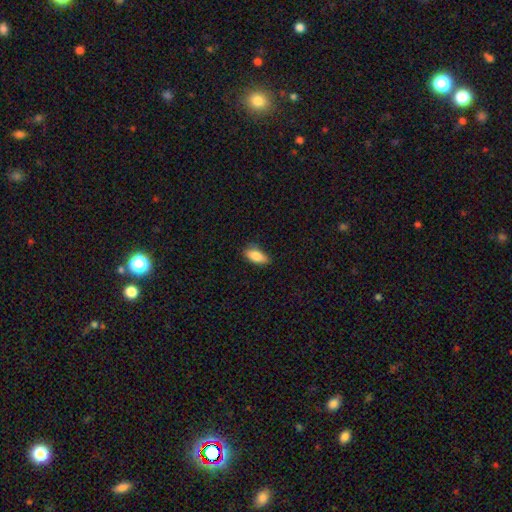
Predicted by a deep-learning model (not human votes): Smooth or featured: smooth — 82% (featured or disk — 11%)
How rounded: in between — 82% (cigar-shaped — 14%)
Merging: none — 71% (minor disturbance — 23%)